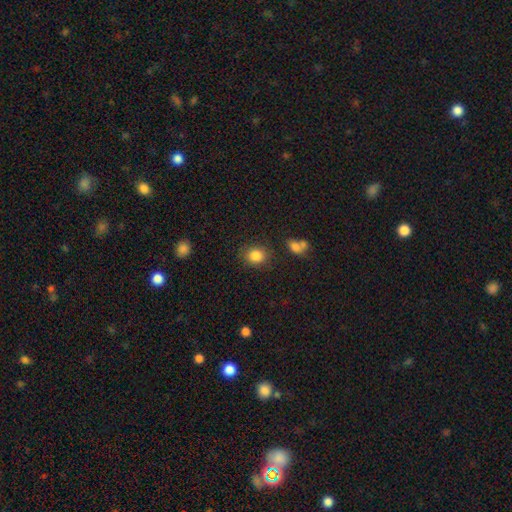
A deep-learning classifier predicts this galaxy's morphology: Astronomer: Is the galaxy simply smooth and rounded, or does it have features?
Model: smooth — 85%.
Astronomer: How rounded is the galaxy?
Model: round — 73%.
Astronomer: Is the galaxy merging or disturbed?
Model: none — 82%.